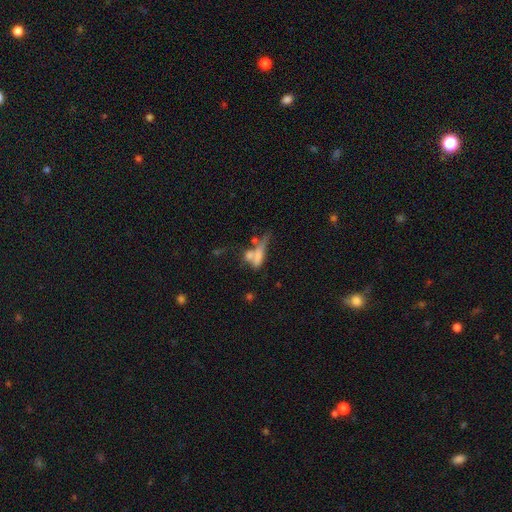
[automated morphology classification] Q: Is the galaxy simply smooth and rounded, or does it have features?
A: smooth — 57%.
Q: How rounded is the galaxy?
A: cigar-shaped — 55%.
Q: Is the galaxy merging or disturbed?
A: merger — 41%.